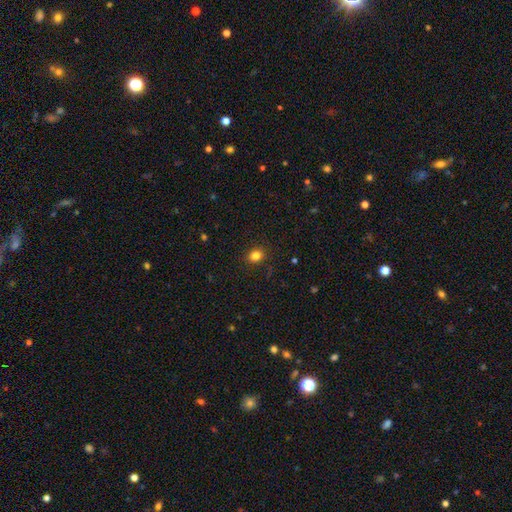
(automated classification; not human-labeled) Morphology: type=smooth (82%); roundness=round (59%); merging=none (89%).